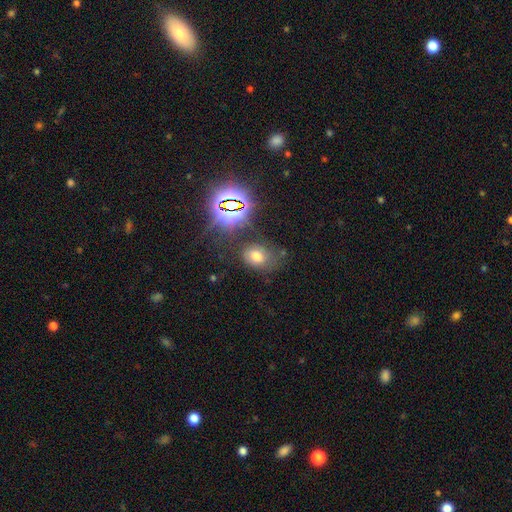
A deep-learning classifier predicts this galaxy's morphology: Q: Smooth or featured?
A: smooth (63%); runner-up: star or artifact (24%)
Q: How rounded?
A: in between (63%); runner-up: round (35%)
Q: Merging?
A: none (65%); runner-up: minor disturbance (20%)